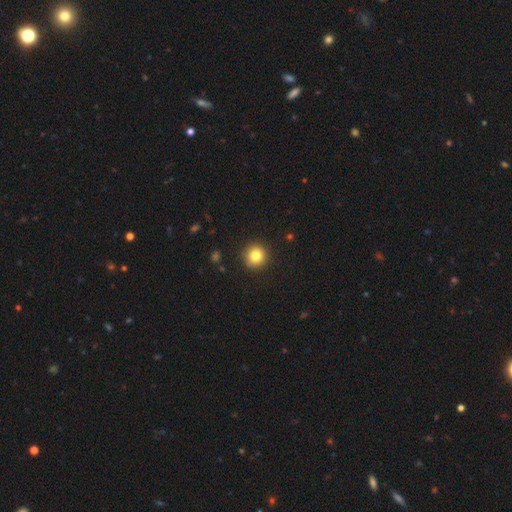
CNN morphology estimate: Smooth or featured? smooth (82%)
How rounded? round (95%)
Merging? none (91%)